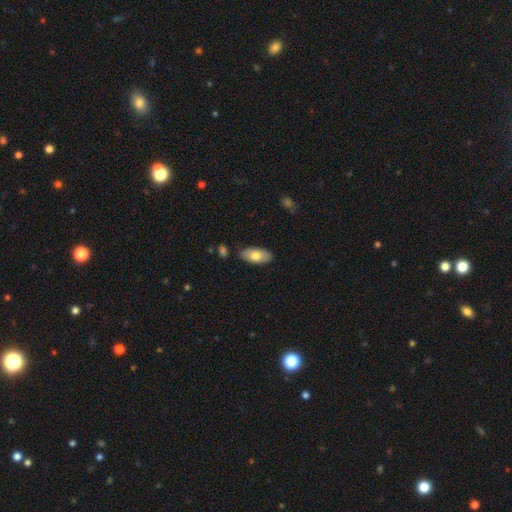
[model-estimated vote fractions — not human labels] A smooth galaxy with no disk features (72%) that is in between round and cigar-shaped (92%).

Vote fractions:
- Smooth or featured? smooth: 72% / featured or disk: 22% / star or artifact: 6%
- How rounded? in between: 92% / cigar-shaped: 5% / round: 2%
- Merging? none: 84% / minor disturbance: 12% / merger: 2% / major disturbance: 2%